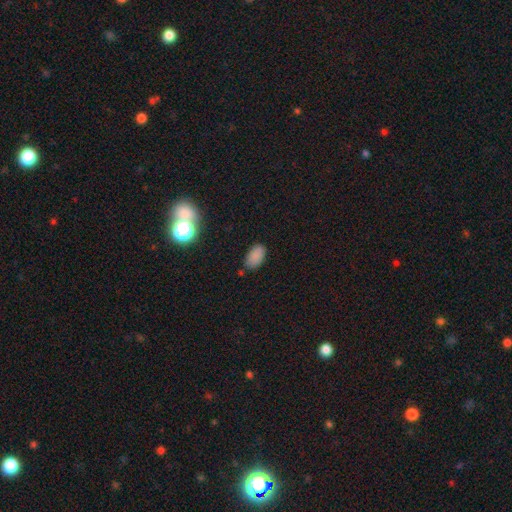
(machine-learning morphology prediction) A smooth galaxy with no disk features (83%) that is in between round and cigar-shaped (93%). Merging: none (79%).